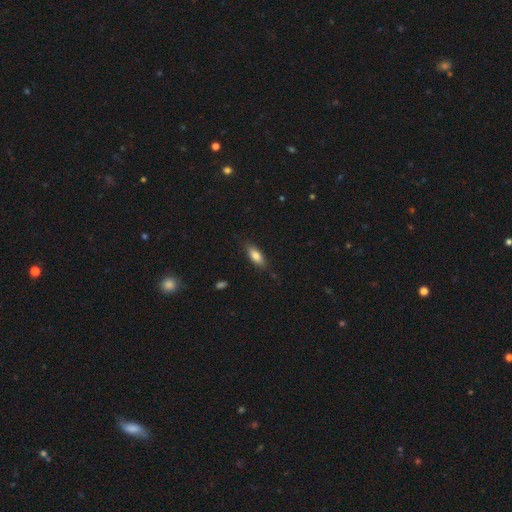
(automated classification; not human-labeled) This is likely a smooth galaxy (78%). How rounded: likely in between (72%). Merging: clearly none (81%).